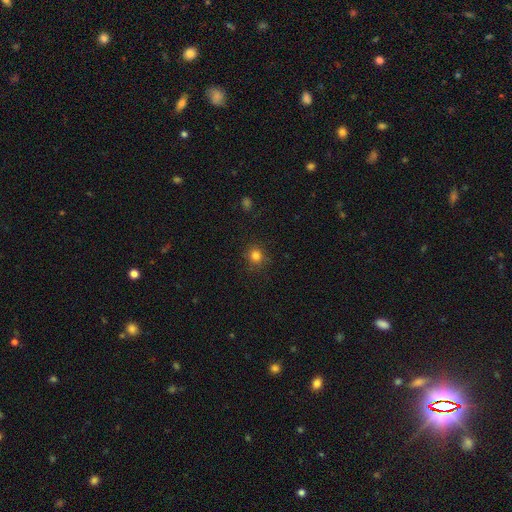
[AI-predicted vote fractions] smooth 81%, star or artifact 14%, featured or disk 5%. Down the decision tree: how rounded — round (89%); merging — none (87%).